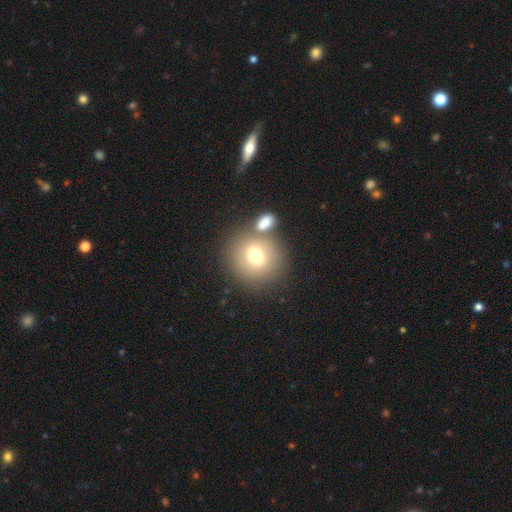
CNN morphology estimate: The model was most divided on "merging": none: 63%, merger: 22%, minor disturbance: 10%, major disturbance: 5%. More confident: how rounded — round (81%); smooth or featured — smooth (71%).